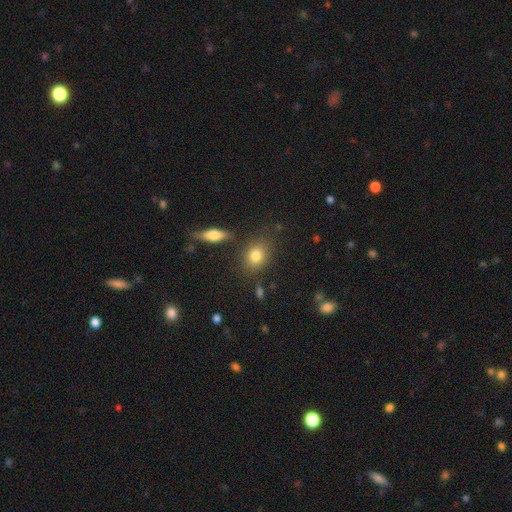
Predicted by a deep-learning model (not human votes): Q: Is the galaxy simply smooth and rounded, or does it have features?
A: smooth — 80%.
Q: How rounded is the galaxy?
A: in between — 52%.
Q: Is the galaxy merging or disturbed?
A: none — 78%.